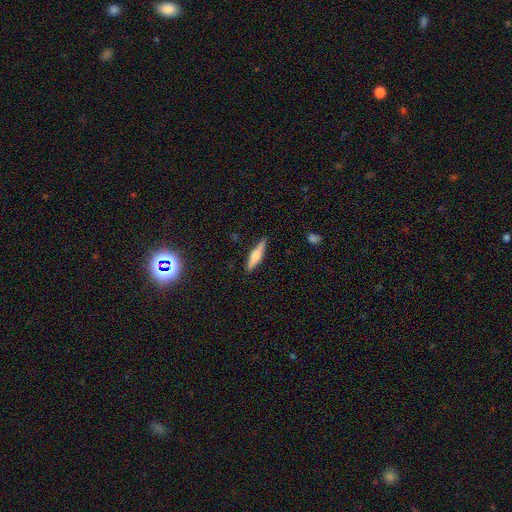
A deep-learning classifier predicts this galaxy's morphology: type=smooth (51%); roundness=cigar-shaped (80%); merging=none (88%).